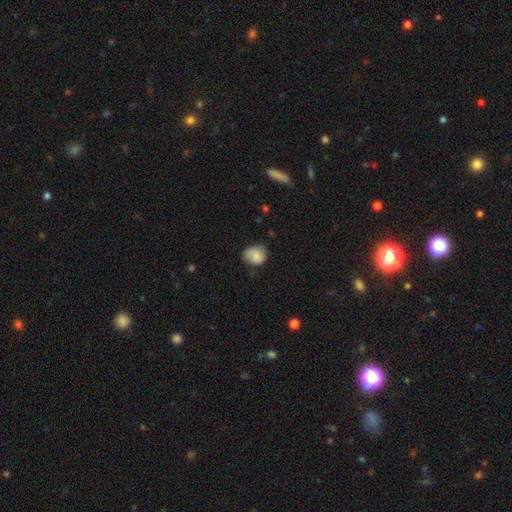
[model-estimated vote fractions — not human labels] A smooth galaxy with no disk features (81%) that is round (70%).

Vote fractions:
- Smooth or featured? smooth: 81% / featured or disk: 11% / star or artifact: 8%
- How rounded? round: 70% / in between: 29% / cigar-shaped: 1%
- Merging? none: 64% / minor disturbance: 27% / major disturbance: 7% / merger: 2%